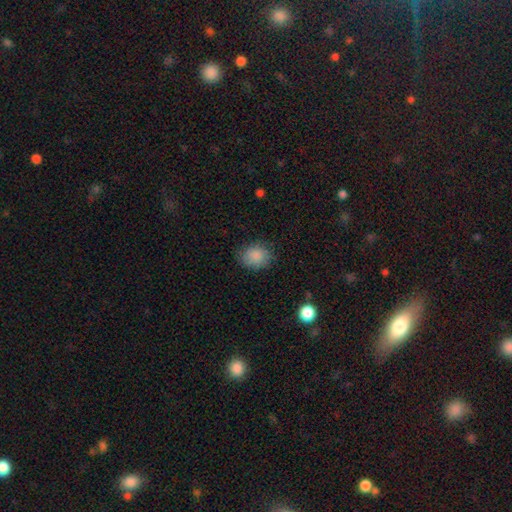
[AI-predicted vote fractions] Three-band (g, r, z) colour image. It shows a smooth galaxy with no disk features (87%) that is round (57%). Merging: none (78%).